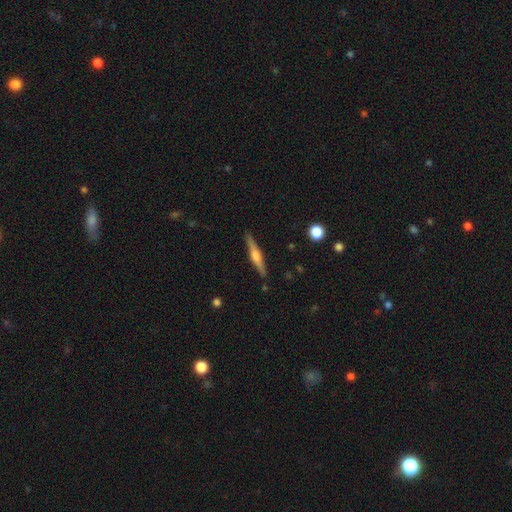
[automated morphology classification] This is likely a featured or disk galaxy (67%). It is clearly viewed edge-on (98%). Edge-on bulge: clearly rounded (80%). Merging: clearly none (90%).